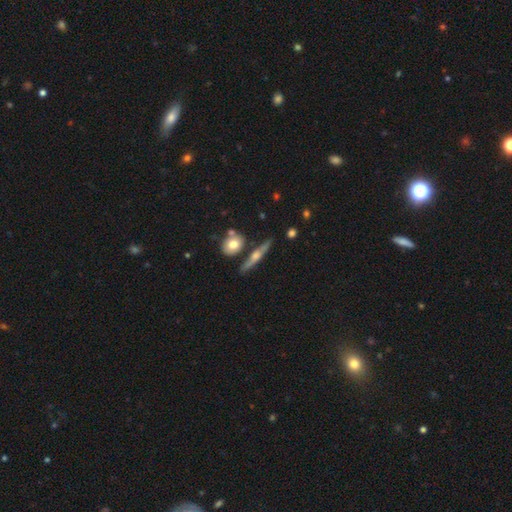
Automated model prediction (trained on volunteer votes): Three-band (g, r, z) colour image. It shows a featured or disk galaxy (68%) viewed edge-on (93%) with a rounded central bulge (86%). Merging: none (76%).